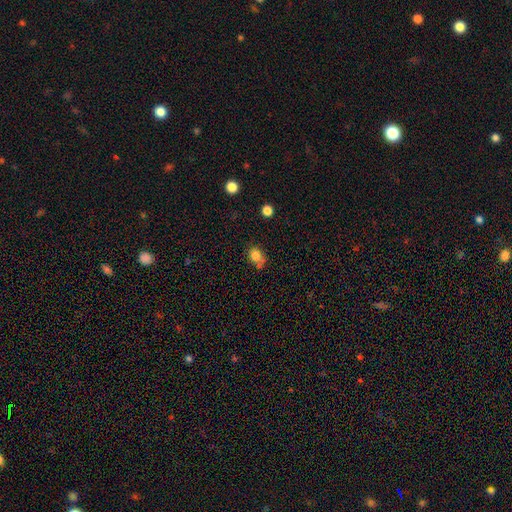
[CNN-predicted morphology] This appears to be a smooth galaxy with no disk features (81%) that is round (56%). Merging: none (54%).